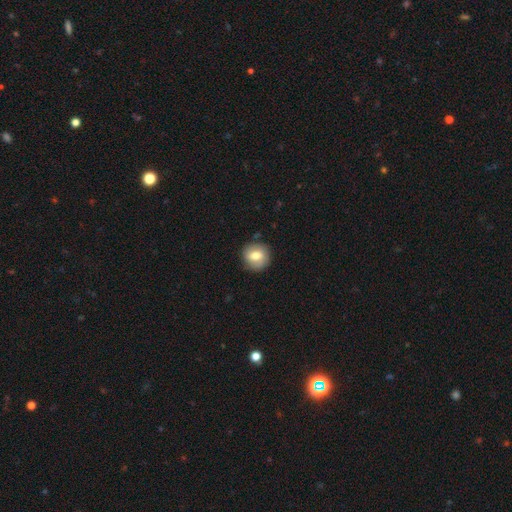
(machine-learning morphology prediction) A smooth galaxy with no disk features (74%) that is round (87%).

Vote fractions:
- Smooth or featured? smooth: 74% / featured or disk: 17% / star or artifact: 8%
- How rounded? round: 87% / in between: 12% / cigar-shaped: 1%
- Merging? none: 84% / minor disturbance: 12% / major disturbance: 3% / merger: 2%